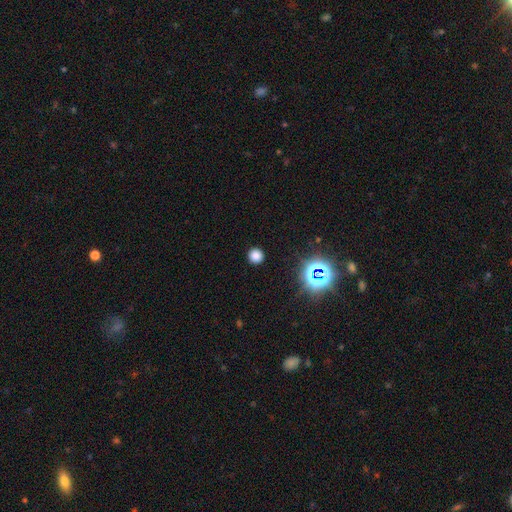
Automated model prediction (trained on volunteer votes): smooth-or-featured: smooth: 77% | star or artifact: 19% | featured or disk: 4%
  how-rounded: round: 94% | in between: 5% | cigar-shaped: 1%
  merging: none: 91% | minor disturbance: 5% | major disturbance: 2% | merger: 1%